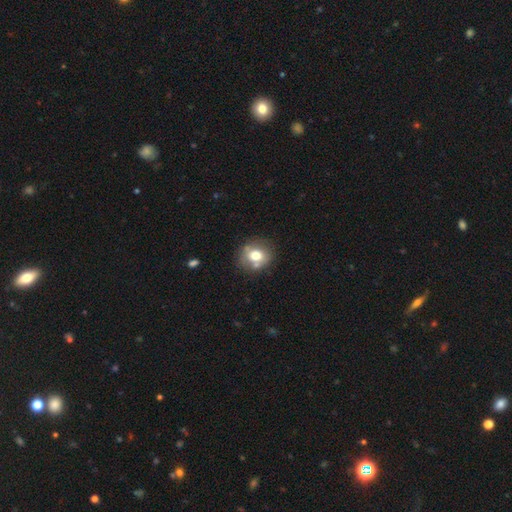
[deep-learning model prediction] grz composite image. It shows a smooth galaxy with no disk features (69%) that is round (75%). Merging: none (73%).